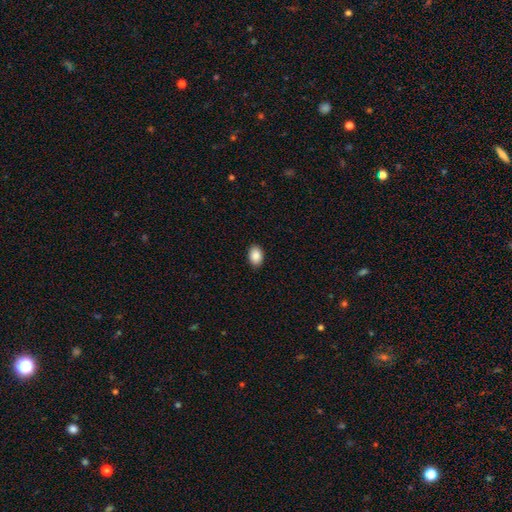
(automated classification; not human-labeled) A smooth galaxy with no disk features (89%) that is in between round and cigar-shaped (83%).

Vote fractions:
- Smooth or featured? smooth: 89% / star or artifact: 7% / featured or disk: 4%
- How rounded? in between: 83% / round: 16% / cigar-shaped: 1%
- Merging? none: 90% / minor disturbance: 7% / major disturbance: 2% / merger: 1%